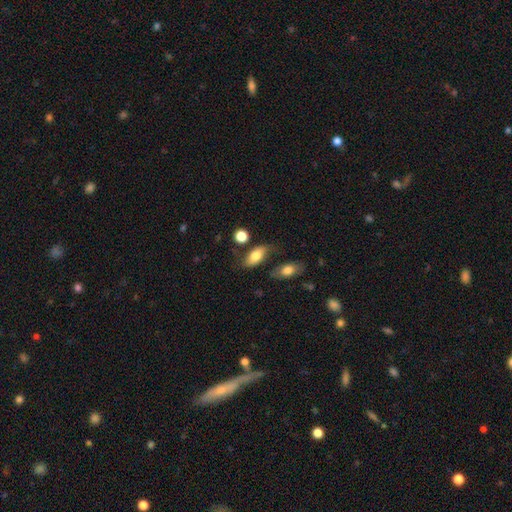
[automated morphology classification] smooth_or_featured: smooth (p=0.73) [alt: featured or disk p=0.19]
how_rounded: in between (p=0.88) [alt: cigar-shaped p=0.06]
merging: none (p=0.64) [alt: minor disturbance p=0.21]